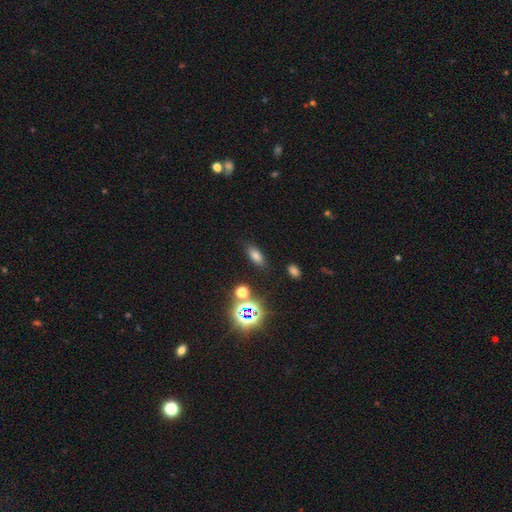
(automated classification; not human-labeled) A smooth galaxy with no disk features (68%) that is in between round and cigar-shaped (76%). Merging: none (83%).